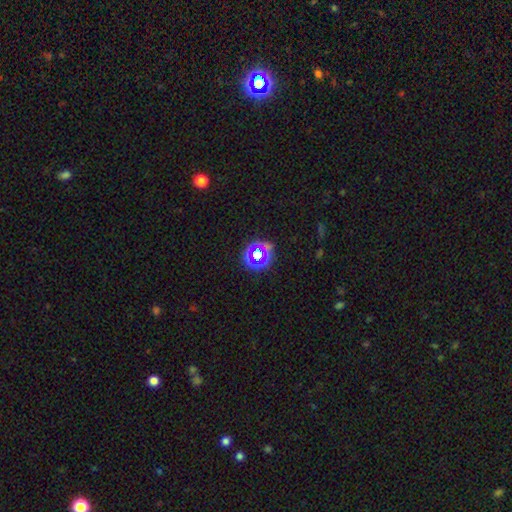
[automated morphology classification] smooth_or_featured: star or artifact (p=0.54) [alt: smooth p=0.32]